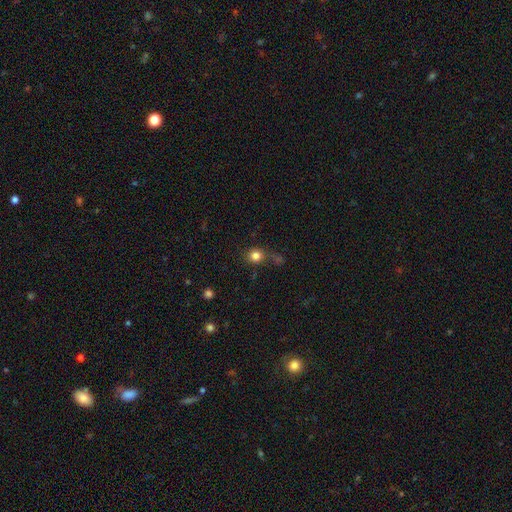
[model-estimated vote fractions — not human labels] The model was most divided on "merging": none: 71%, minor disturbance: 13%, merger: 10%, major disturbance: 6%. More confident: how rounded — round (87%); smooth or featured — smooth (81%).